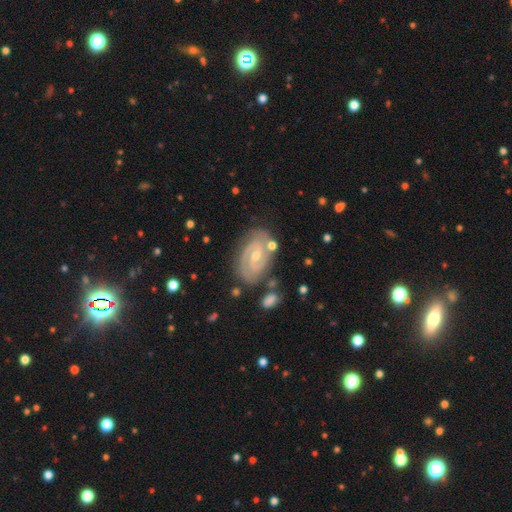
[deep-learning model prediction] A featured or disk galaxy (87%) with a weak bar (48%), 2 (81%) tight (64%) spiral arms (97%) and a small central bulge (53%). Merging: none (77%).